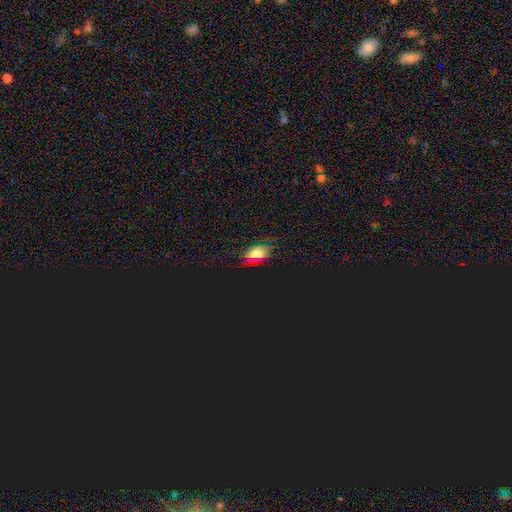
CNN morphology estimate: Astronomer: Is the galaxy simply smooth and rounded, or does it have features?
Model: smooth — 51% (runner-up: star or artifact, 39%).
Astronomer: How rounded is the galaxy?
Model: in between — 77%.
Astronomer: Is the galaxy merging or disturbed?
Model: none — 83%.